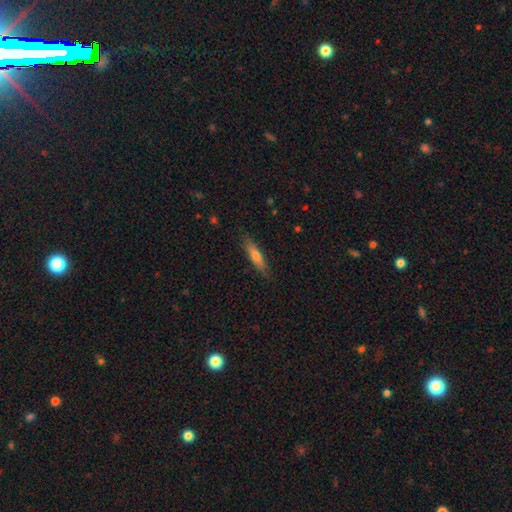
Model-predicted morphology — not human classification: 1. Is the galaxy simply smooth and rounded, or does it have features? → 62% smooth, 32% featured or disk, 6% star or artifact.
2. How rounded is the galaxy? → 81% cigar-shaped, 17% in between, 2% round.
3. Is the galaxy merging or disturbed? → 86% none, 11% minor disturbance, 2% major disturbance, 1% merger.